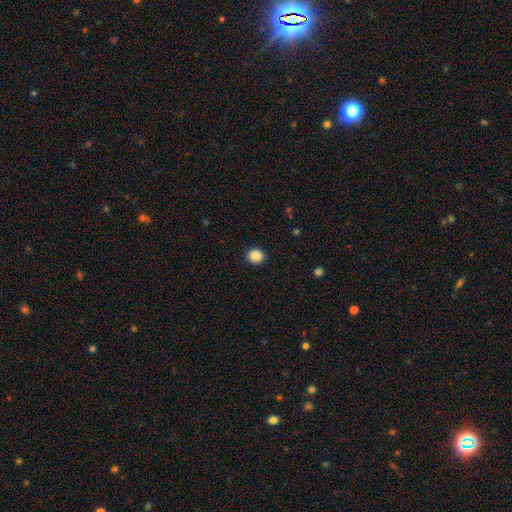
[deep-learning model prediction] smooth_or_featured: smooth (p=0.88) [alt: star or artifact p=0.09]
how_rounded: round (p=0.72) [alt: in between p=0.27]
merging: none (p=0.91) [alt: minor disturbance p=0.07]